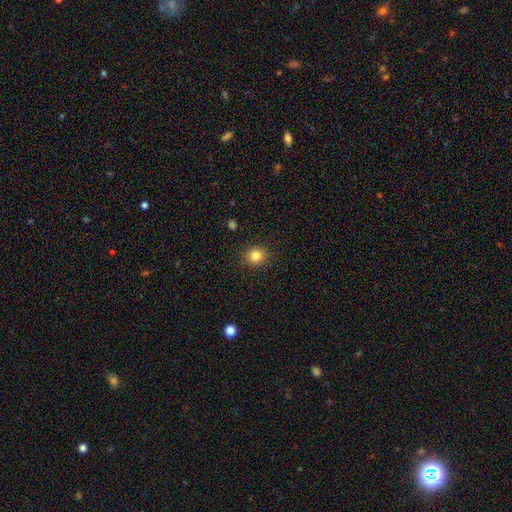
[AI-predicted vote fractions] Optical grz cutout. It shows a smooth galaxy with no disk features (82%) that is round (87%). Merging: none (90%).